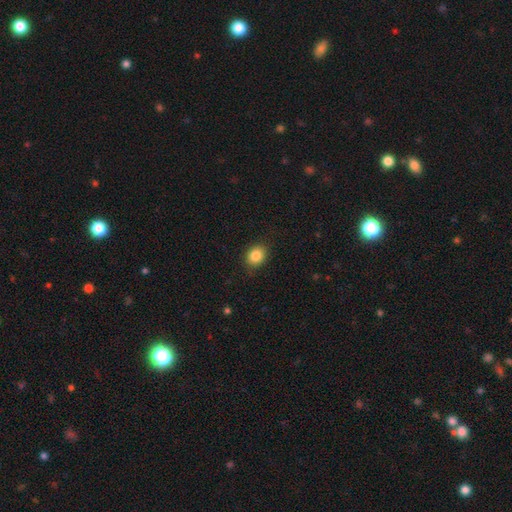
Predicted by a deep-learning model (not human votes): This is clearly a smooth galaxy (85%). How rounded: possibly round (51%). Merging: clearly none (85%).